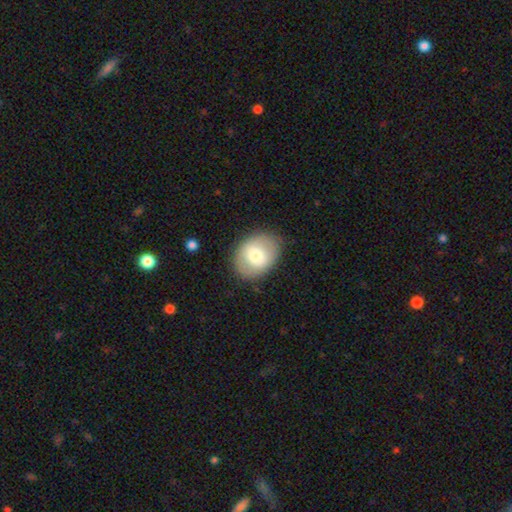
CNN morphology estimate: Smooth or featured?
  - smooth: 68% *
  - featured or disk: 25%
  - star or artifact: 7%
How rounded?
  - in between: 66% *
  - round: 33%
  - cigar-shaped: 1%
Merging?
  - none: 84% *
  - minor disturbance: 12%
  - major disturbance: 4%
  - merger: 1%